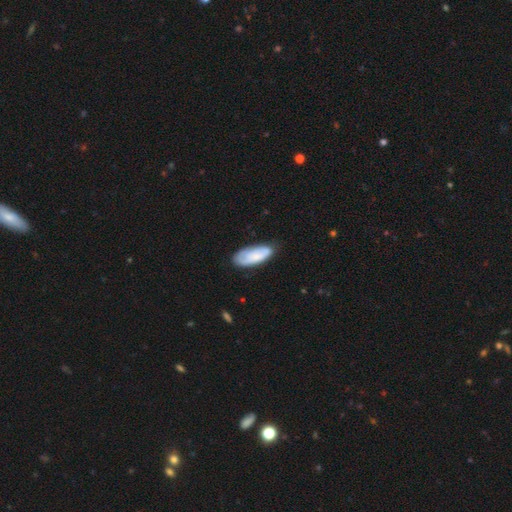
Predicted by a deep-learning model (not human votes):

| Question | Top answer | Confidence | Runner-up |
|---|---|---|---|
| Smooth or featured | smooth | 70% | featured or disk (23%) |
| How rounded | in between | 77% | cigar-shaped (22%) |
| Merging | none | 67% | minor disturbance (25%) |